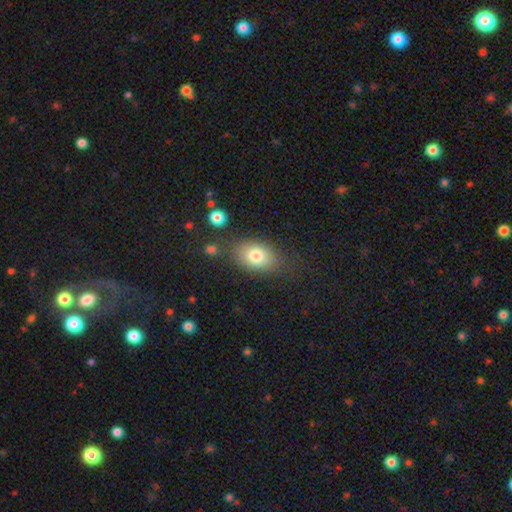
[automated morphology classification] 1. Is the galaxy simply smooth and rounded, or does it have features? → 80% smooth, 11% featured or disk, 9% star or artifact.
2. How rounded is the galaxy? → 81% in between, 18% round, 2% cigar-shaped.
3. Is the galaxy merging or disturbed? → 71% none, 17% minor disturbance, 7% major disturbance, 6% merger.